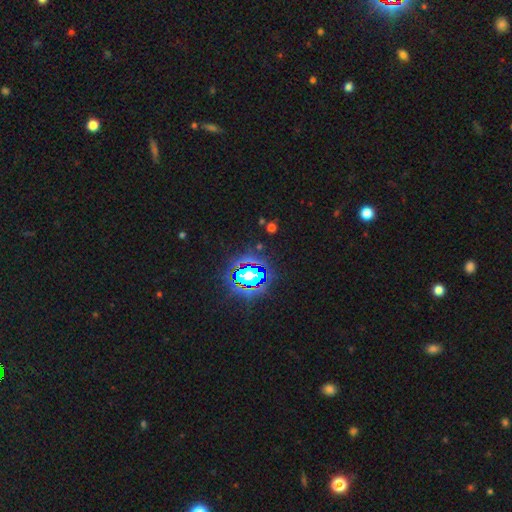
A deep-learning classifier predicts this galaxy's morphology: Smooth or featured?
  - star or artifact: 81% *
  - smooth: 12%
  - featured or disk: 7%